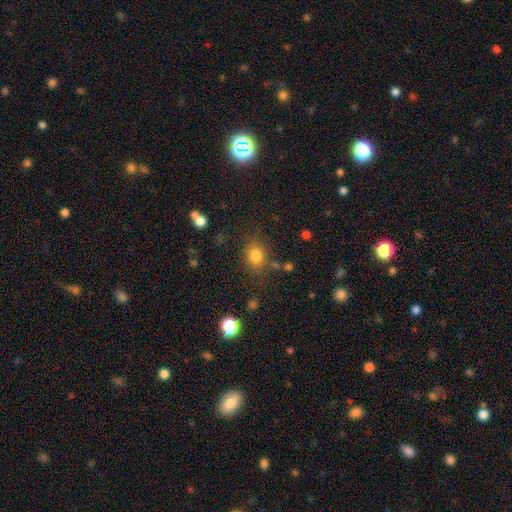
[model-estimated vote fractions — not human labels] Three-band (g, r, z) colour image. It shows a smooth galaxy with no disk features (80%) that is round (52%). Merging: none (76%).